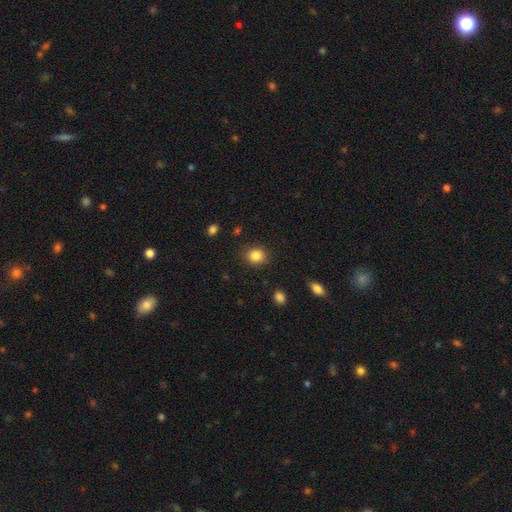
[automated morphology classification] Overall: smooth (85%). How rounded: round (72%). Merging: none (87%).